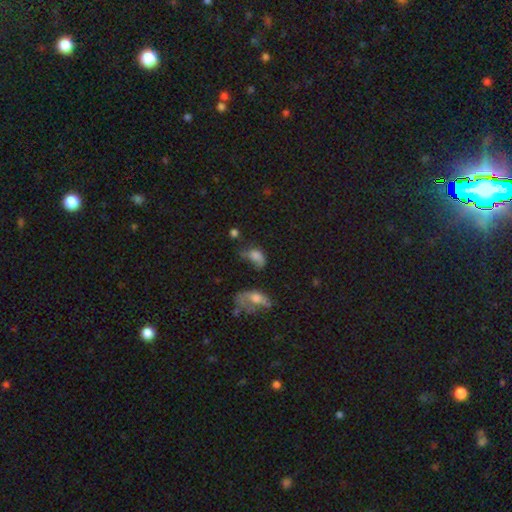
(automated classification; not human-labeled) Q: Smooth or featured?
A: smooth (66%); runner-up: featured or disk (20%)
Q: How rounded?
A: in between (79%); runner-up: round (18%)
Q: Merging?
A: major disturbance (38%); runner-up: minor disturbance (23%)